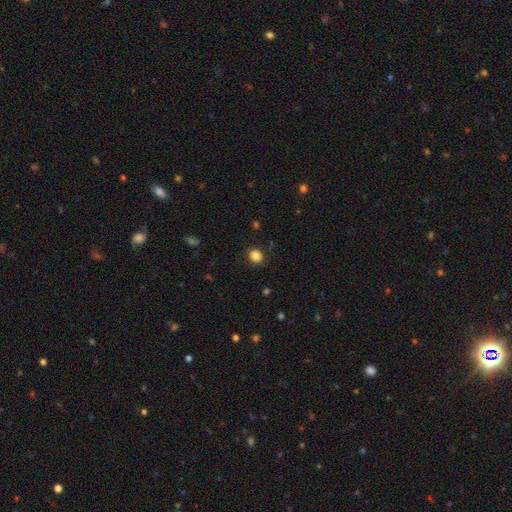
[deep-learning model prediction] The model was most divided on "how rounded": round: 79%, in between: 21%, cigar-shaped: 1%. More confident: merging — none (89%); smooth or featured — smooth (84%).